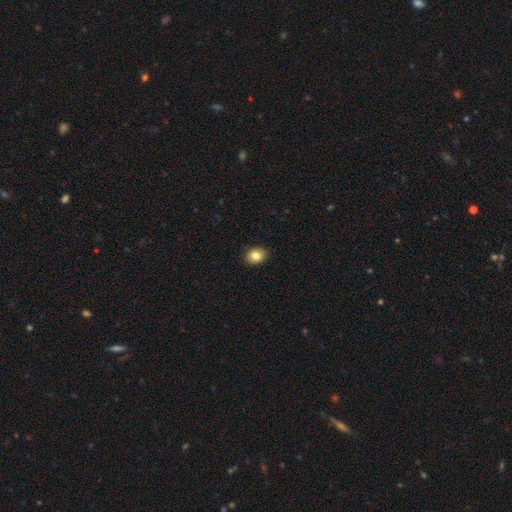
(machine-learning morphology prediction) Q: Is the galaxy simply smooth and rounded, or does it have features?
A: smooth — 84%.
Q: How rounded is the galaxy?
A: in between — 62%.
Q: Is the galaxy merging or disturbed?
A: none — 89%.